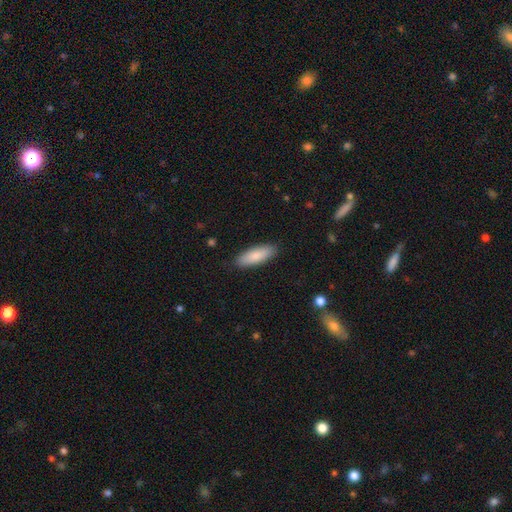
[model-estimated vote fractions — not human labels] The model was most divided on "how rounded": in between: 59%, cigar-shaped: 39%, round: 2%. More confident: merging — none (89%); smooth or featured — smooth (85%).